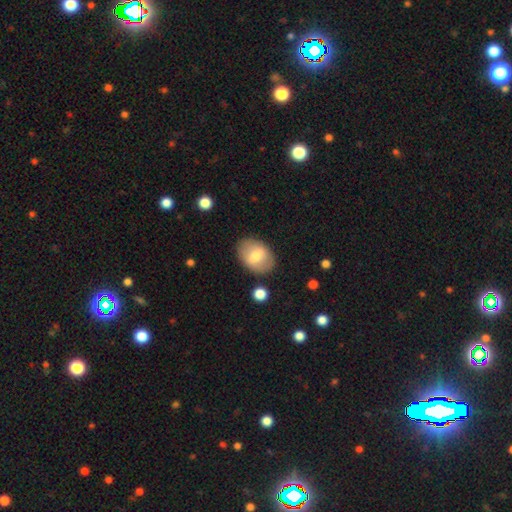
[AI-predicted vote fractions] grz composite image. It shows a smooth galaxy with no disk features (64%) that is in between round and cigar-shaped (79%). Merging: none (84%).